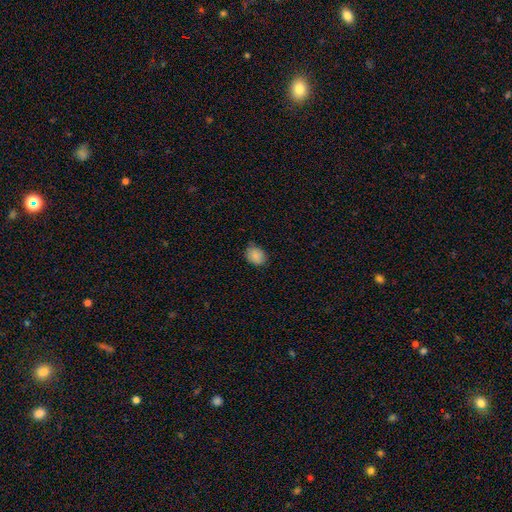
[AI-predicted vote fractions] Q: Smooth or featured?
A: smooth (87%); runner-up: star or artifact (9%)
Q: How rounded?
A: in between (55%); runner-up: round (44%)
Q: Merging?
A: none (73%); runner-up: minor disturbance (23%)